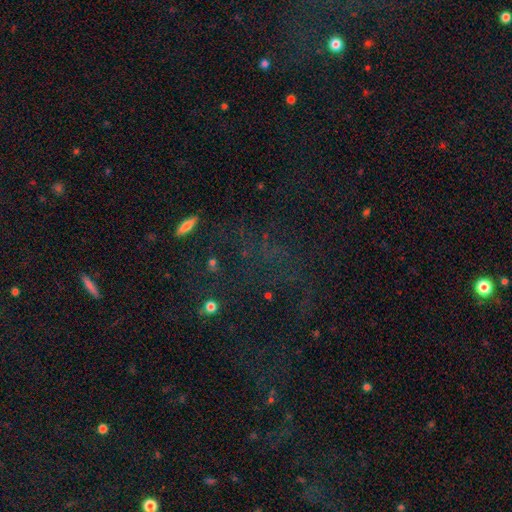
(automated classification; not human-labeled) Smooth or featured? star or artifact (65%)